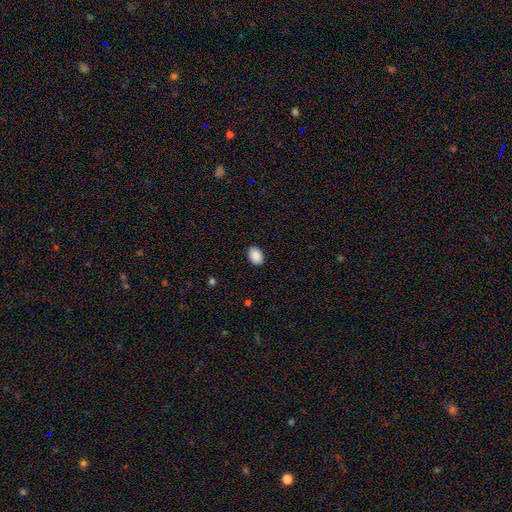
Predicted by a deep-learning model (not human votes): This appears to be a smooth galaxy with no disk features (90%) that is in between round and cigar-shaped (82%). Merging: none (90%).